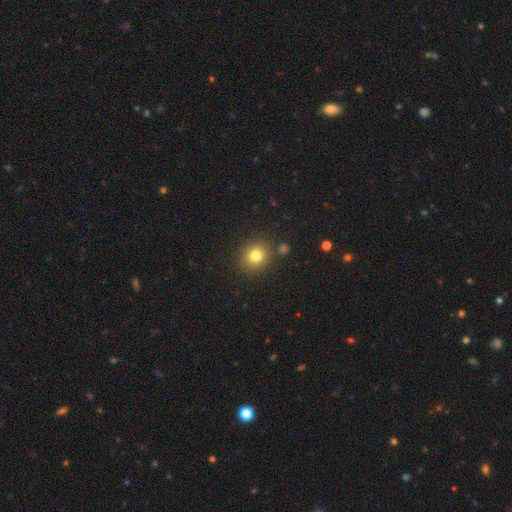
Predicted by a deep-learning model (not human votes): Morphology: type=smooth (79%); roundness=round (83%); merging=none (86%).